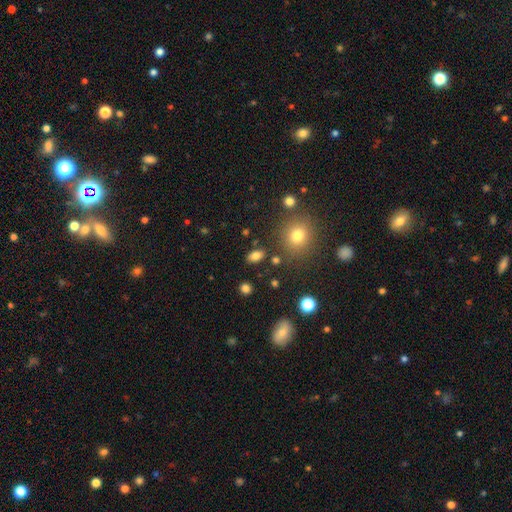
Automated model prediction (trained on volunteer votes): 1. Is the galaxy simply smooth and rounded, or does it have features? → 80% smooth, 13% star or artifact, 7% featured or disk.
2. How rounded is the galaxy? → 85% in between, 12% round, 3% cigar-shaped.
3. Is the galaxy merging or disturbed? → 84% none, 9% minor disturbance, 4% merger, 3% major disturbance.